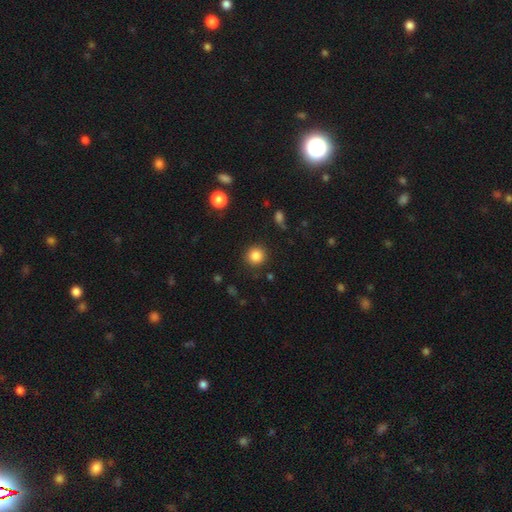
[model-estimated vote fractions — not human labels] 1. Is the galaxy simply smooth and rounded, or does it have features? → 85% smooth, 11% star or artifact, 5% featured or disk.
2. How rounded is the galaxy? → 92% round, 7% in between, 1% cigar-shaped.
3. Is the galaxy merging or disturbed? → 90% none, 6% minor disturbance, 2% major disturbance, 1% merger.